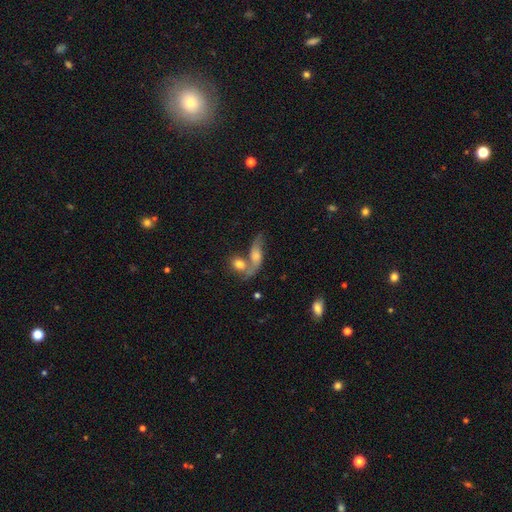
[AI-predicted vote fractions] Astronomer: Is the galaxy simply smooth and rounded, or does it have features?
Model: featured or disk — 46% (runner-up: smooth, 45%).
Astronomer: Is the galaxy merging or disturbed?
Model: merger — 48% (runner-up: none, 28%).